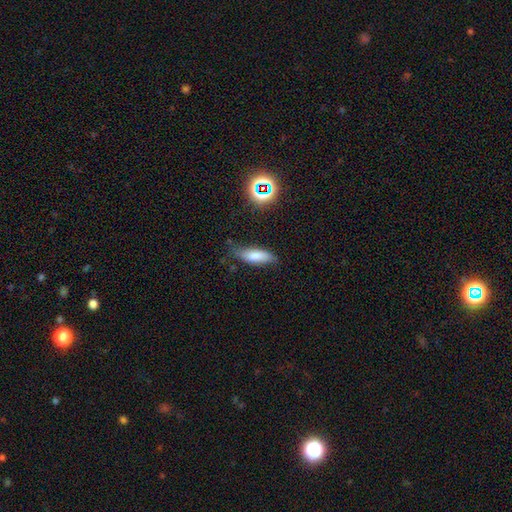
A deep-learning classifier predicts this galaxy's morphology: Smooth or featured?
  - smooth: 76% *
  - featured or disk: 14%
  - star or artifact: 10%
How rounded?
  - in between: 59% *
  - cigar-shaped: 39%
  - round: 2%
Merging?
  - none: 66% *
  - minor disturbance: 25%
  - major disturbance: 6%
  - merger: 3%